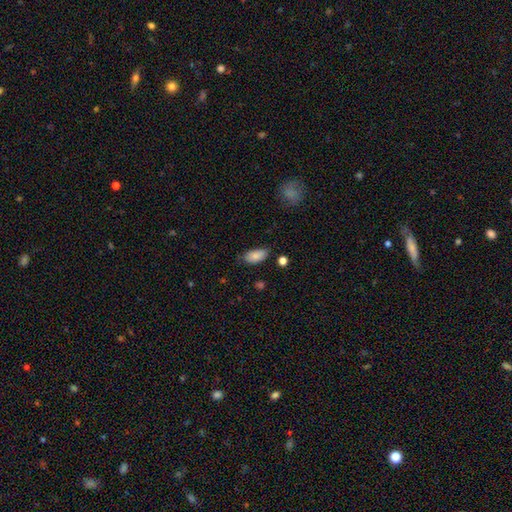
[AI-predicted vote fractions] Morphology: type=smooth (83%); roundness=in between (92%); merging=none (65%).